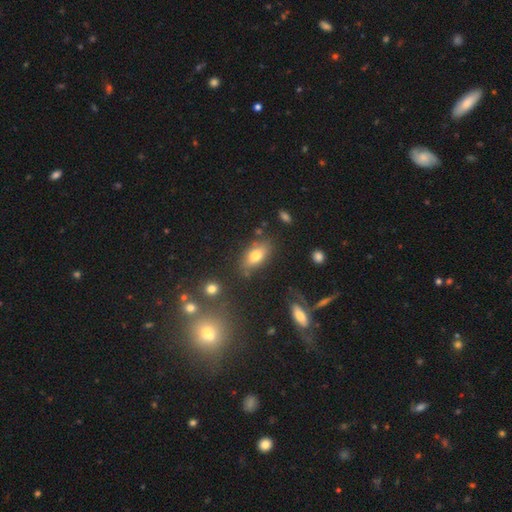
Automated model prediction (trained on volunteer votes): Smooth or featured: smooth — 74% (featured or disk — 16%)
How rounded: in between — 87% (round — 7%)
Merging: none — 74% (minor disturbance — 16%)